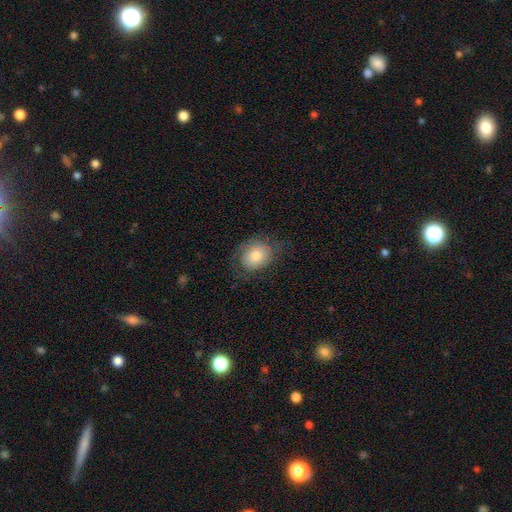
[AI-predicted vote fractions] smooth 68%, featured or disk 24%, star or artifact 8%. Down the decision tree: how rounded — round (50%); merging — none (63%).